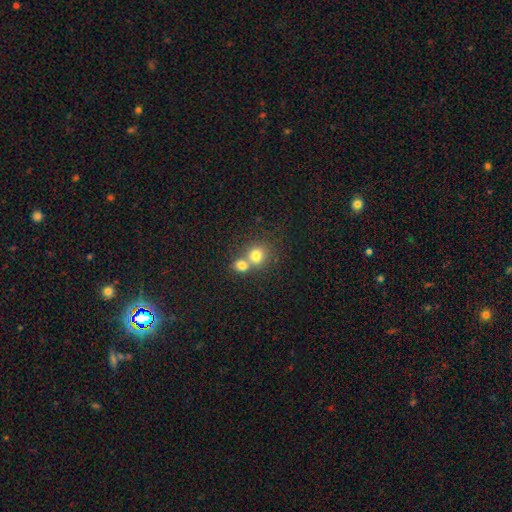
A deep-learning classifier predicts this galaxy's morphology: smooth_or_featured: smooth (p=0.76) [alt: featured or disk p=0.12]
how_rounded: round (p=0.78) [alt: in between p=0.21]
merging: merger (p=0.58) [alt: none p=0.34]